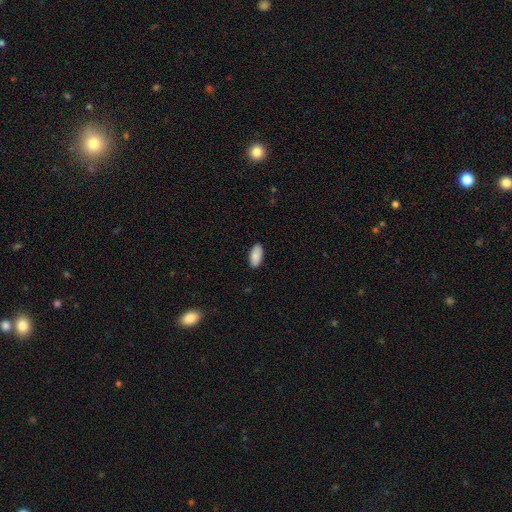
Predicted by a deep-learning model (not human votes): Smooth or featured? Predicted: smooth (p=0.88). How rounded? Predicted: in between (p=0.93). Merging? Predicted: none (p=0.88).